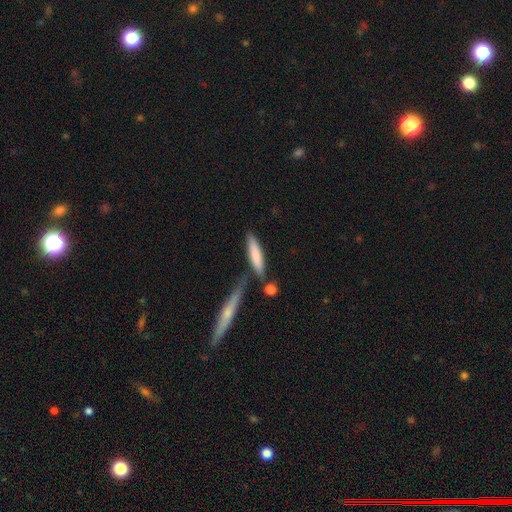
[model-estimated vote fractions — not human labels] Smooth or featured? smooth (78%)
How rounded? cigar-shaped (76%)
Merging? none (64%)